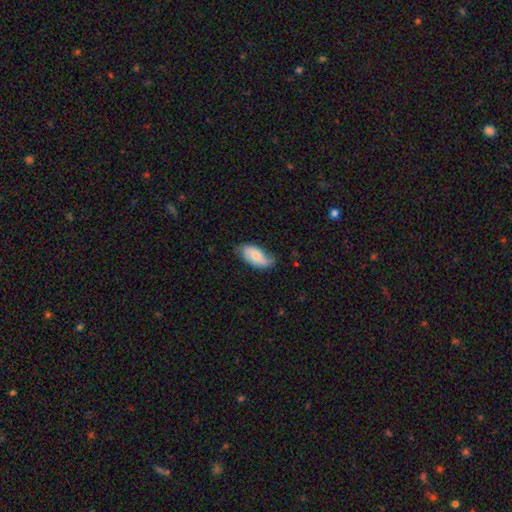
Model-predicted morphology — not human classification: Smooth or featured? Predicted: smooth (p=0.55). How rounded? Predicted: in between (p=0.92). Merging? Predicted: none (p=0.65).